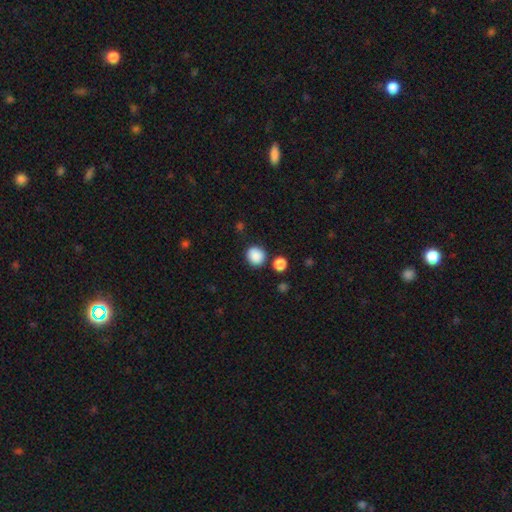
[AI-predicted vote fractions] Smooth or featured? Predicted: smooth (p=0.87). How rounded? Predicted: round (p=0.80). Merging? Predicted: none (p=0.81).